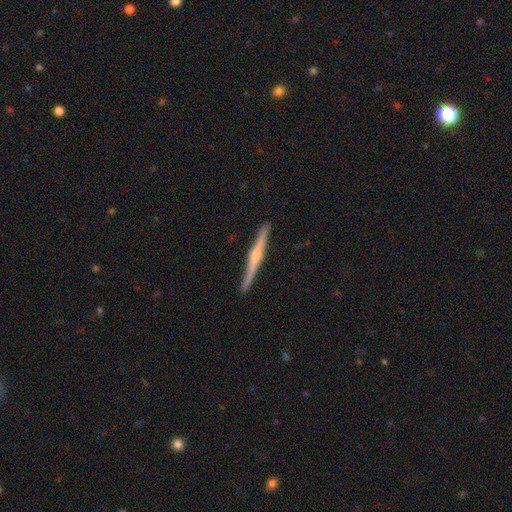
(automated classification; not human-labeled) Q: Smooth or featured?
A: featured or disk (75%); runner-up: smooth (20%)
Q: Edge-on disk?
A: yes (98%); runner-up: no (2%)
Q: Edge-on bulge?
A: rounded (75%); runner-up: none (14%)
Q: Merging?
A: none (90%); runner-up: minor disturbance (7%)